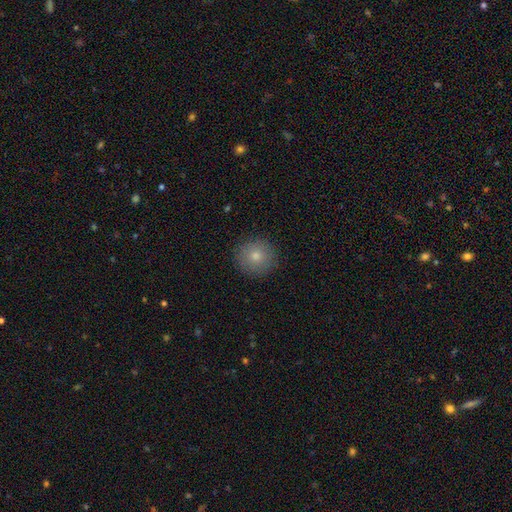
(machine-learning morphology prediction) Q: Smooth or featured?
A: smooth (77%); runner-up: star or artifact (12%)
Q: How rounded?
A: round (94%); runner-up: in between (5%)
Q: Merging?
A: none (91%); runner-up: minor disturbance (6%)